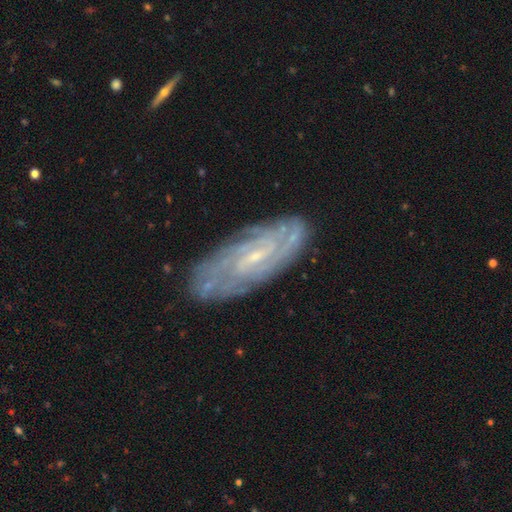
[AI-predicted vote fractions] This is likely a featured or disk galaxy (80%). It is clearly not viewed edge-on (89%). Bar: possibly weak (48%). Spiral arm pattern: clearly yes (91%). Spiral arm count: possibly can't tell (46%). Spiral winding: likely tight (62%). Central bulge: likely small (76%). Merging: clearly none (80%).